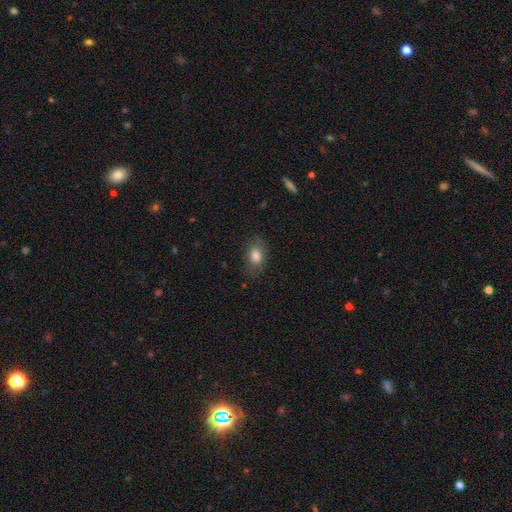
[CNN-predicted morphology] A smooth galaxy with no disk features (82%) that is in between round and cigar-shaped (81%). Merging: none (77%).